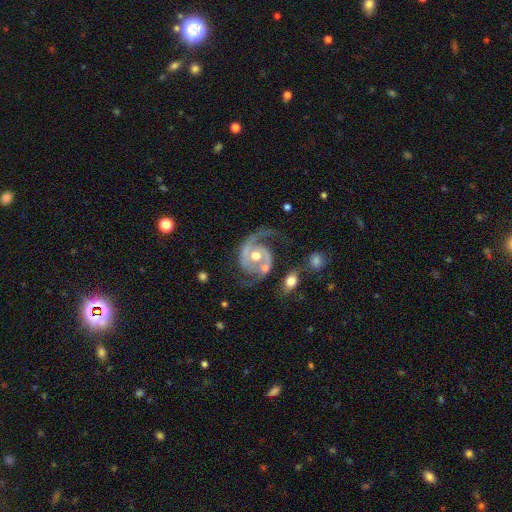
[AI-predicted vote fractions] smooth-or-featured: featured or disk: 91% | smooth: 5% | star or artifact: 4%
  disk-edge-on: no: 98% | yes: 2%
    bar: no: 68% | weak: 25% | strong: 8%
    has-spiral-arms: yes: 98% | no: 2%
      spiral-winding: medium: 53% | tight: 27% | loose: 20%
      spiral-arm-count: 2: 86% | 1: 8% | can't tell: 2% | 3: 2% | 4: 1% | more than 4: 1%
    bulge-size: moderate: 75% | small: 14% | large: 8% | none: 1% | dominant: 1%
  merging: none: 55% | minor disturbance: 18% | major disturbance: 15% | merger: 12%